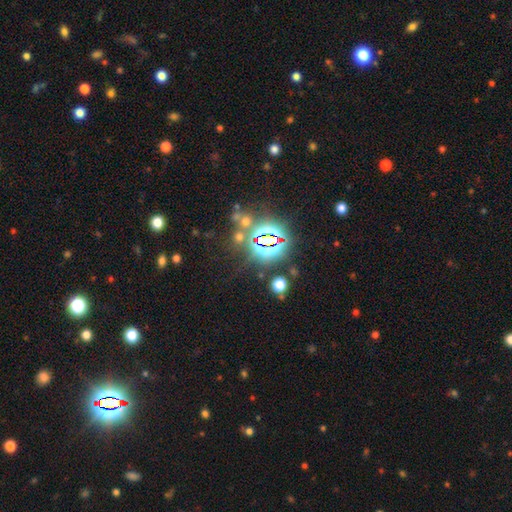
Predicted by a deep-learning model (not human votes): Overall: star or artifact (83%).